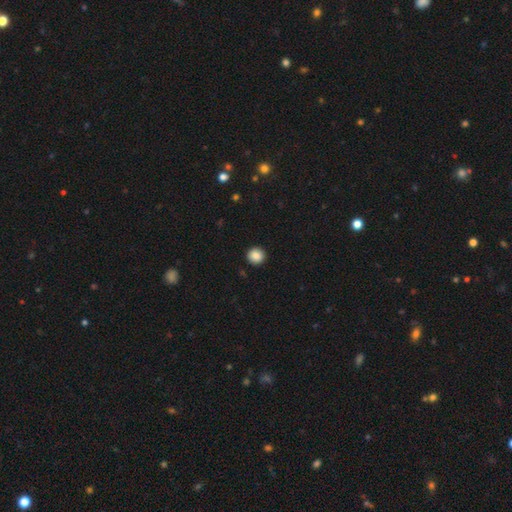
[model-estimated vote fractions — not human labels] This appears to be a smooth galaxy with no disk features (87%) that is round (93%). Merging: none (93%).